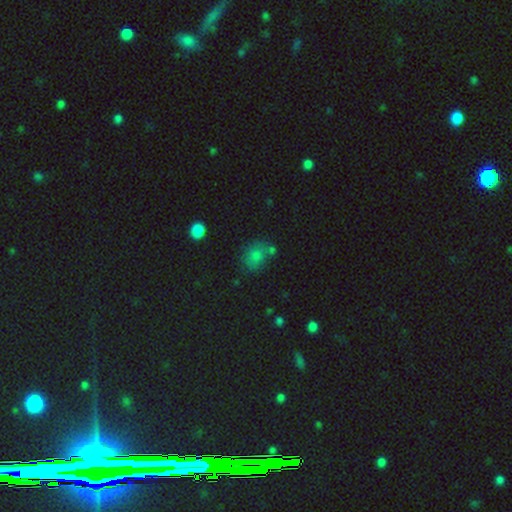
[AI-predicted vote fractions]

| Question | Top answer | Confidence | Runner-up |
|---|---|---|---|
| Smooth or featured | smooth | 75% | star or artifact (15%) |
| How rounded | round | 53% | in between (46%) |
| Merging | none | 58% | minor disturbance (20%) |